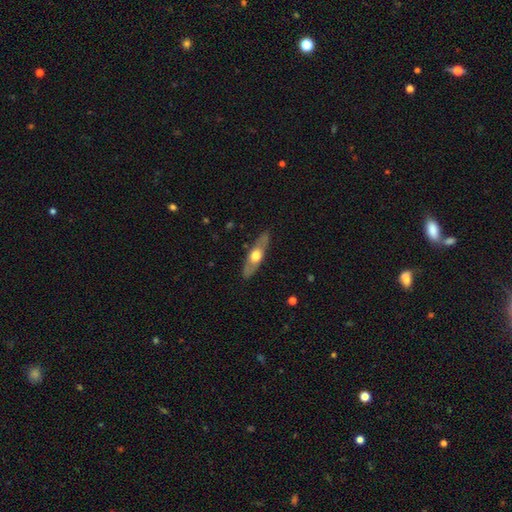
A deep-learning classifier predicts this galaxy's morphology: Smooth or featured? Predicted: featured or disk (p=0.53). Edge-on disk? Predicted: yes (p=0.63). Merging? Predicted: none (p=0.86).